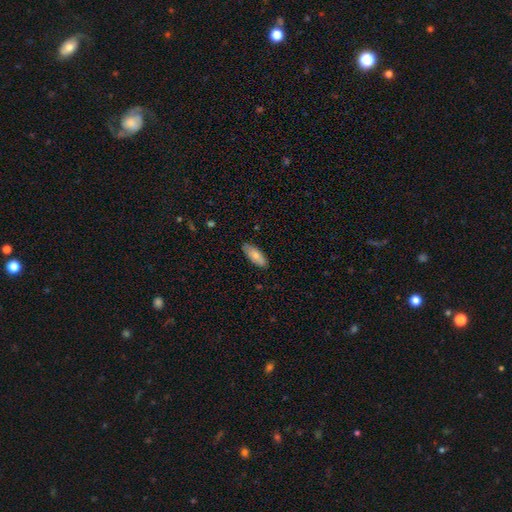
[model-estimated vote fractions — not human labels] smooth 78%, featured or disk 16%, star or artifact 6%. Down the decision tree: how rounded — in between (75%); merging — none (86%).